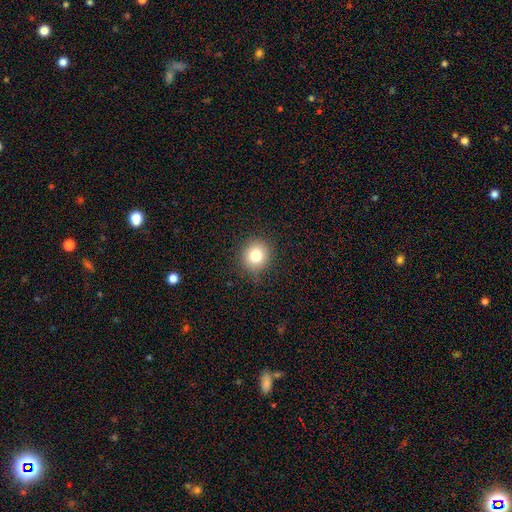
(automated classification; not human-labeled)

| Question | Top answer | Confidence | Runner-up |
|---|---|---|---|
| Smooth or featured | smooth | 80% | star or artifact (11%) |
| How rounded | round | 83% | in between (16%) |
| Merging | none | 88% | minor disturbance (9%) |